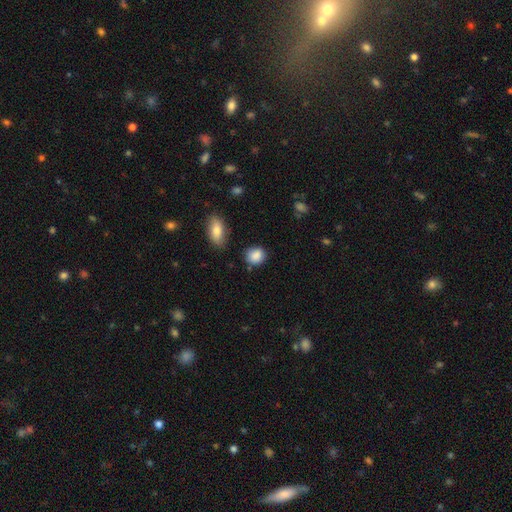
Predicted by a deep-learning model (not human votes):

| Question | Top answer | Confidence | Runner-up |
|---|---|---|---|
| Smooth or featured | smooth | 88% | star or artifact (8%) |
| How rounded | round | 67% | in between (31%) |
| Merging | none | 79% | minor disturbance (15%) |